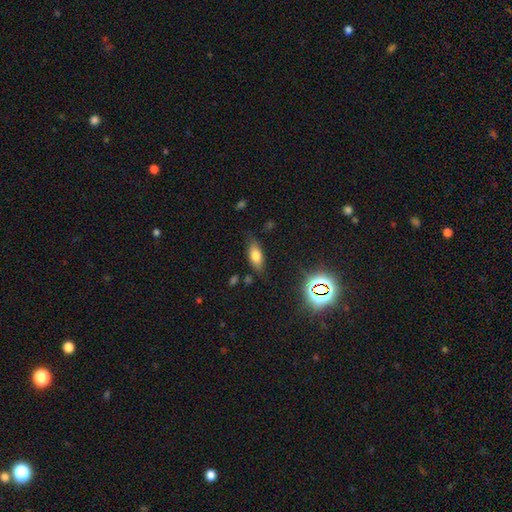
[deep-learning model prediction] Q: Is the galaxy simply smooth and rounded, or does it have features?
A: smooth — 68%.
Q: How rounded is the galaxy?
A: in between — 81%.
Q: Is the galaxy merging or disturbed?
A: none — 77%.